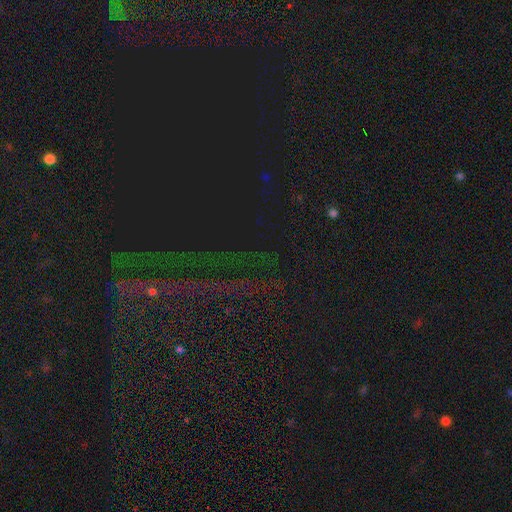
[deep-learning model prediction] Smooth or featured: star or artifact — 87% (smooth — 7%)